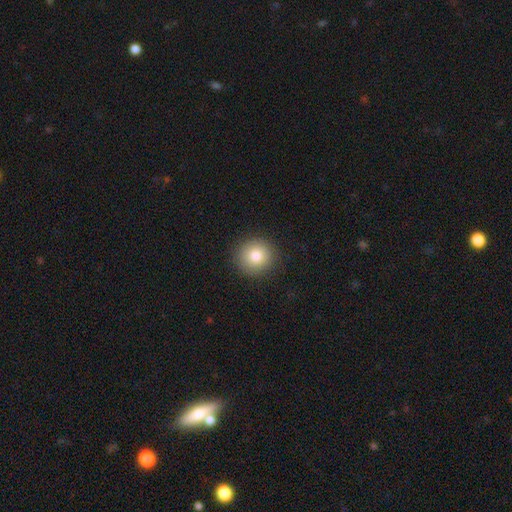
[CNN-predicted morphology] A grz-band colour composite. It shows a smooth galaxy with no disk features (81%) that is round (94%). Merging: none (90%).